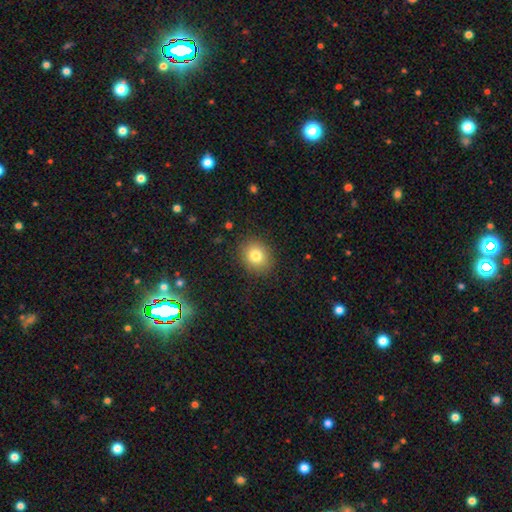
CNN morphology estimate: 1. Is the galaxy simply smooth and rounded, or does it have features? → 80% smooth, 11% star or artifact, 9% featured or disk.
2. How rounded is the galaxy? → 71% round, 28% in between, 1% cigar-shaped.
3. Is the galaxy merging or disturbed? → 87% none, 9% minor disturbance, 3% major disturbance, 1% merger.